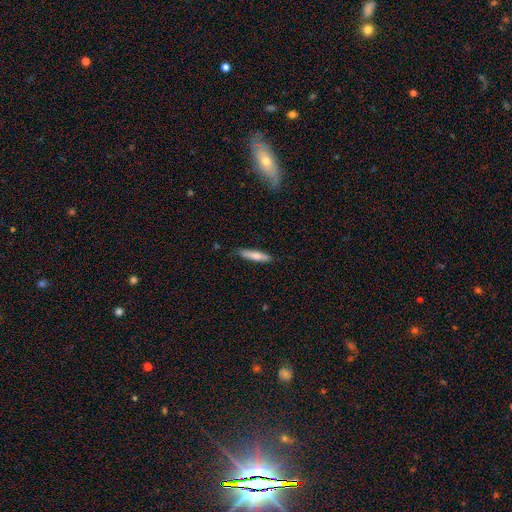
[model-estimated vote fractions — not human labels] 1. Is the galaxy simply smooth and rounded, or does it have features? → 71% smooth, 23% featured or disk, 6% star or artifact.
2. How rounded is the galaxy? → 85% cigar-shaped, 14% in between, 1% round.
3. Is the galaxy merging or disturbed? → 86% none, 11% minor disturbance, 2% major disturbance, 1% merger.